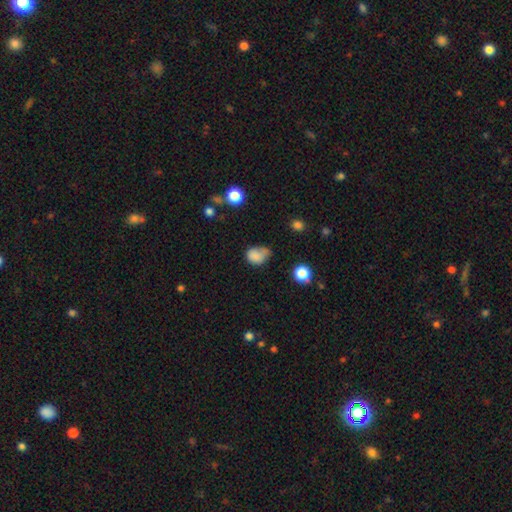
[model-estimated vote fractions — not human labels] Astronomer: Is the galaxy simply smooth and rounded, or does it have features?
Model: smooth — 79%.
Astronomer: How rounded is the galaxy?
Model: in between — 57% (runner-up: round, 42%).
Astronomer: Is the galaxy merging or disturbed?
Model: minor disturbance — 37% (runner-up: none, 34%).